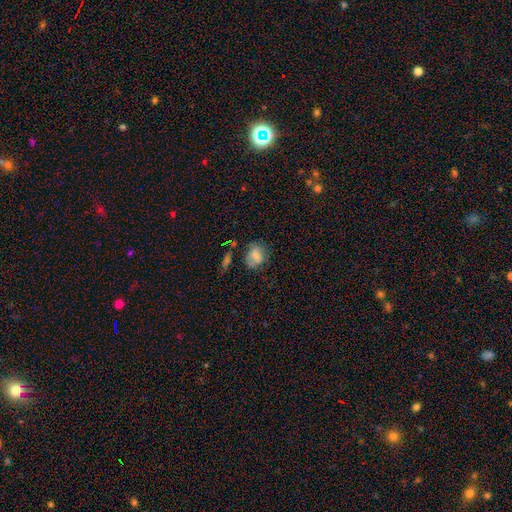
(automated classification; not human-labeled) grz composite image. It shows a smooth galaxy with no disk features (72%) that is in between round and cigar-shaped (55%). Merging: none (52%).